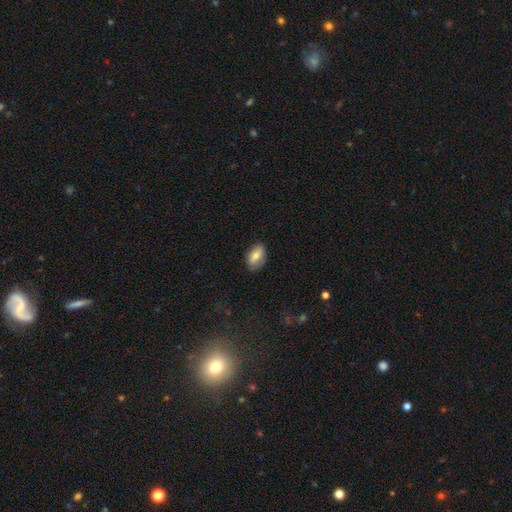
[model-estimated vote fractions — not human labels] Overall: smooth (72%). How rounded: in between (90%). Merging: none (79%).